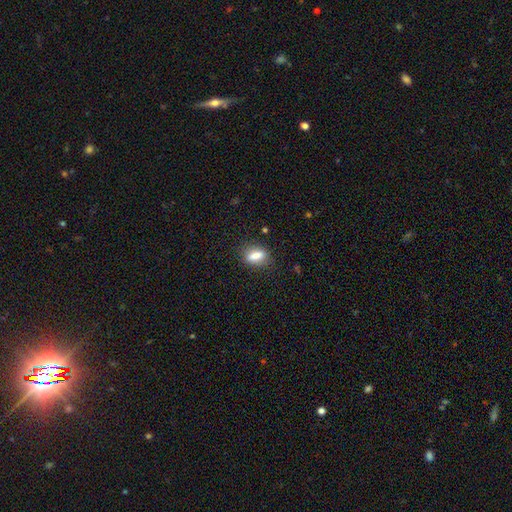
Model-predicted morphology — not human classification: Q: Smooth or featured?
A: smooth (80%); runner-up: featured or disk (11%)
Q: How rounded?
A: in between (67%); runner-up: cigar-shaped (21%)
Q: Merging?
A: none (81%); runner-up: minor disturbance (13%)